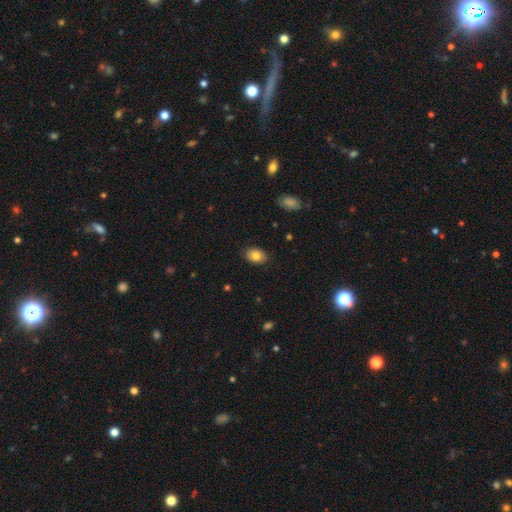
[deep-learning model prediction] Smooth or featured?
  - smooth: 82% *
  - featured or disk: 10%
  - star or artifact: 8%
How rounded?
  - in between: 81% *
  - round: 18%
  - cigar-shaped: 1%
Merging?
  - none: 87% *
  - minor disturbance: 10%
  - major disturbance: 2%
  - merger: 1%